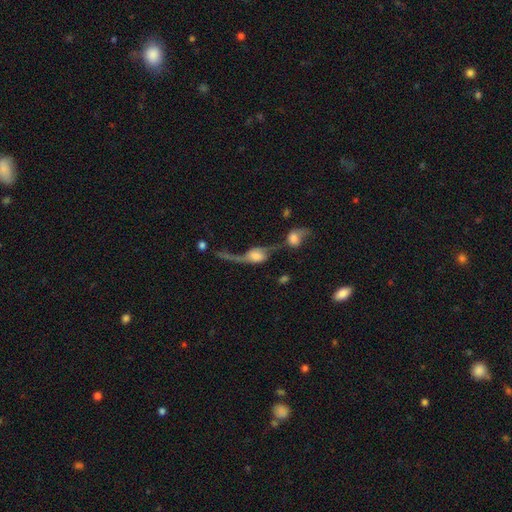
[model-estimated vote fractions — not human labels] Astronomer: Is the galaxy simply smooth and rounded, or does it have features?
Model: featured or disk — 69%.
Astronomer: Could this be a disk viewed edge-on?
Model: no — 82%.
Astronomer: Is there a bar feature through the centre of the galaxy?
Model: no — 57%.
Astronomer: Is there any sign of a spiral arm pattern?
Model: yes — 79%.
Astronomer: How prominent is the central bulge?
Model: large — 33% (runner-up: moderate, 23%).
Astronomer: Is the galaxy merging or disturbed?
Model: merger — 46% (runner-up: major disturbance, 25%).